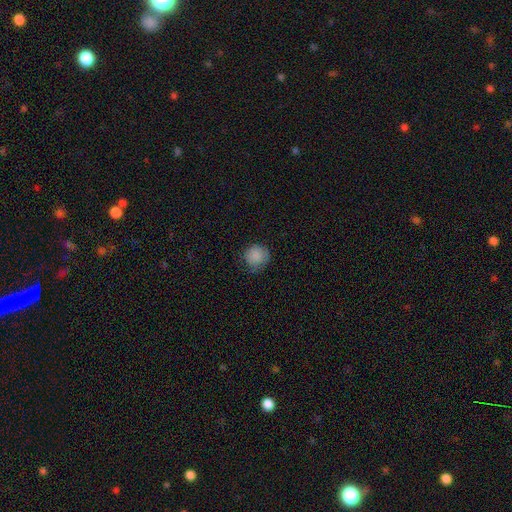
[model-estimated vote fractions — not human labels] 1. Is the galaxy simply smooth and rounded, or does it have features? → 85% smooth, 8% star or artifact, 7% featured or disk.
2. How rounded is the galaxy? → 90% round, 9% in between, 1% cigar-shaped.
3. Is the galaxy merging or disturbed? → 69% none, 24% minor disturbance, 6% major disturbance, 1% merger.